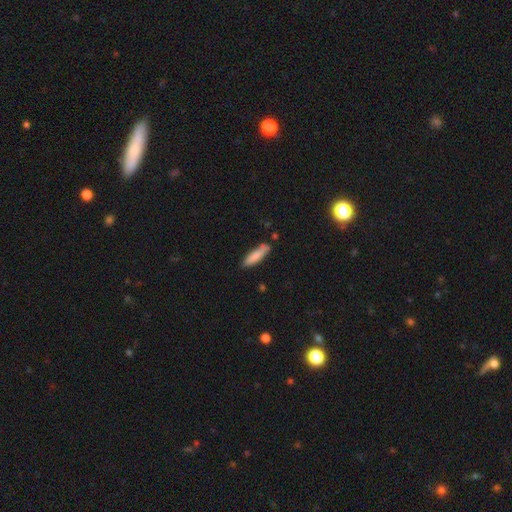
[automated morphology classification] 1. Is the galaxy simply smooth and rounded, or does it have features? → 81% smooth, 13% featured or disk, 6% star or artifact.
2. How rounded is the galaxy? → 71% cigar-shaped, 28% in between, 1% round.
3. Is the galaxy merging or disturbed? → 76% none, 18% minor disturbance, 4% merger, 3% major disturbance.